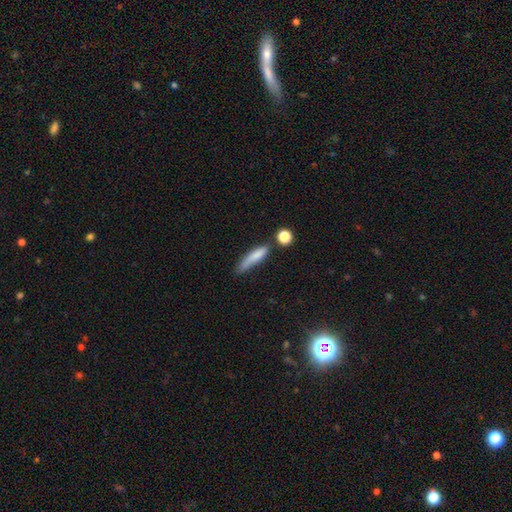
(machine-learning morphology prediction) Q: Smooth or featured?
A: smooth (77%); runner-up: featured or disk (15%)
Q: How rounded?
A: cigar-shaped (78%); runner-up: in between (18%)
Q: Merging?
A: none (49%); runner-up: minor disturbance (29%)